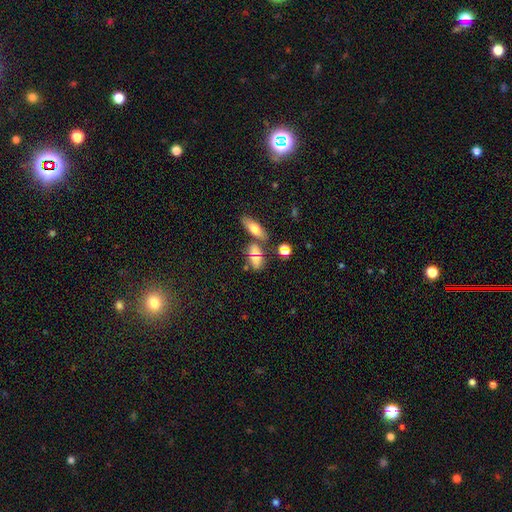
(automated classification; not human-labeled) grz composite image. It shows a smooth galaxy with no disk features (67%) that is in between round and cigar-shaped (74%). Merging: none (61%).